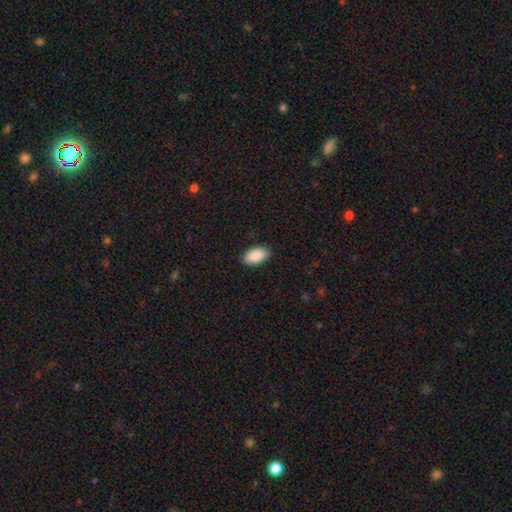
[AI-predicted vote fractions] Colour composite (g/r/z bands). It shows a smooth galaxy with no disk features (91%) that is in between round and cigar-shaped (95%). Merging: none (89%).